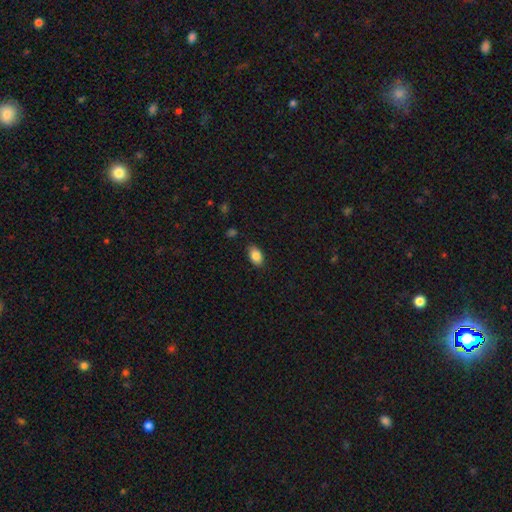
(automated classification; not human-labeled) smooth-or-featured: smooth: 86% | star or artifact: 8% | featured or disk: 6%
  how-rounded: in between: 91% | round: 8% | cigar-shaped: 2%
  merging: none: 84% | minor disturbance: 12% | major disturbance: 2% | merger: 1%